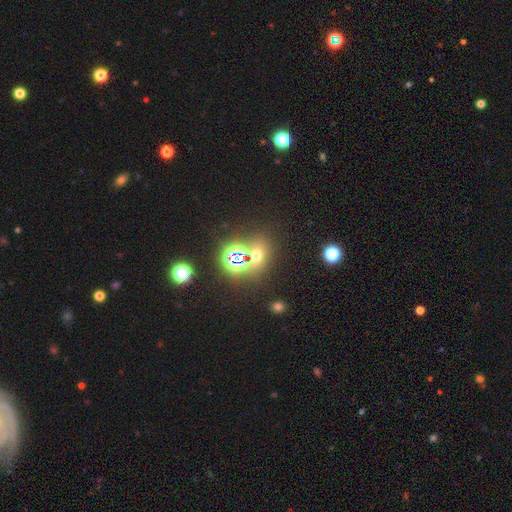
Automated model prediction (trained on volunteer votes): Smooth or featured?
  - star or artifact: 50% *
  - smooth: 41%
  - featured or disk: 9%